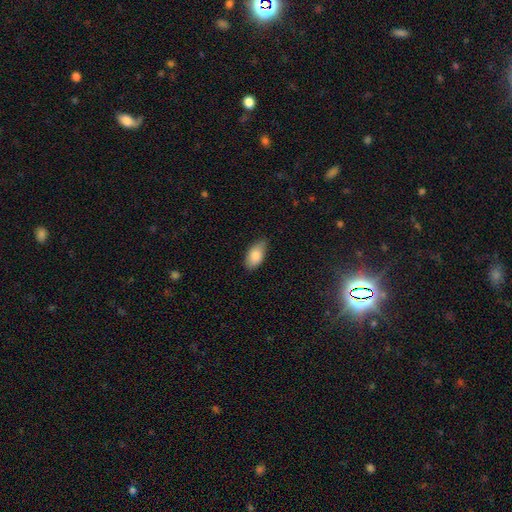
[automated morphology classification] Smooth or featured? Predicted: smooth (p=0.82). How rounded? Predicted: in between (p=0.92). Merging? Predicted: none (p=0.78).